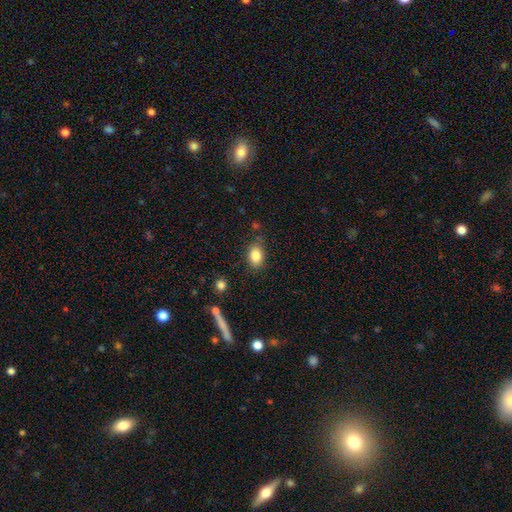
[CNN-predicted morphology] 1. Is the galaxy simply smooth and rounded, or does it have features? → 84% smooth, 9% star or artifact, 7% featured or disk.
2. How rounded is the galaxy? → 75% in between, 23% round, 2% cigar-shaped.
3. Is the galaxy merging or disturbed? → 75% none, 18% minor disturbance, 4% major disturbance, 3% merger.